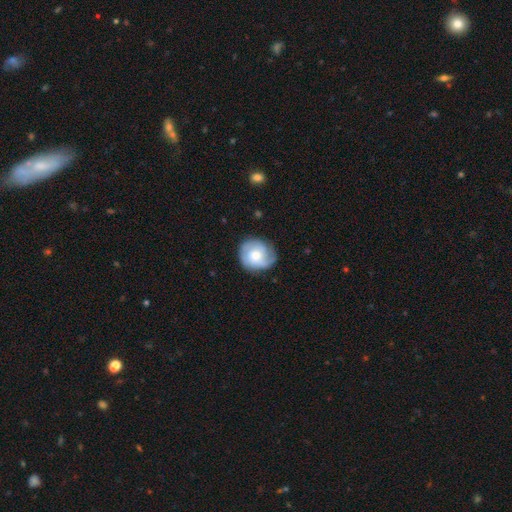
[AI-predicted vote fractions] smooth_or_featured: featured or disk (p=0.58) [alt: smooth p=0.35]
disk_edge_on: no (p=0.98) [alt: yes p=0.02]
bar: no (p=0.73) [alt: weak p=0.23]
has_spiral_arms: yes (p=0.88) [alt: no p=0.12]
bulge_size: moderate (p=0.60) [alt: small p=0.26]
merging: none (p=0.73) [alt: minor disturbance p=0.20]